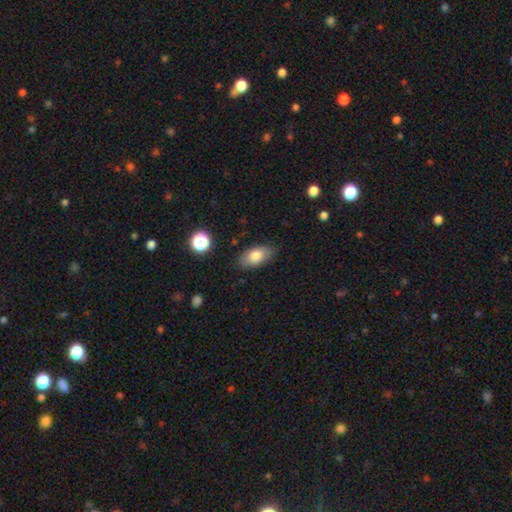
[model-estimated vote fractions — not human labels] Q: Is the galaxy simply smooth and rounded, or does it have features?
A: smooth — 80%.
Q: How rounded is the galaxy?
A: in between — 90%.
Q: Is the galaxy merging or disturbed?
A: none — 81%.